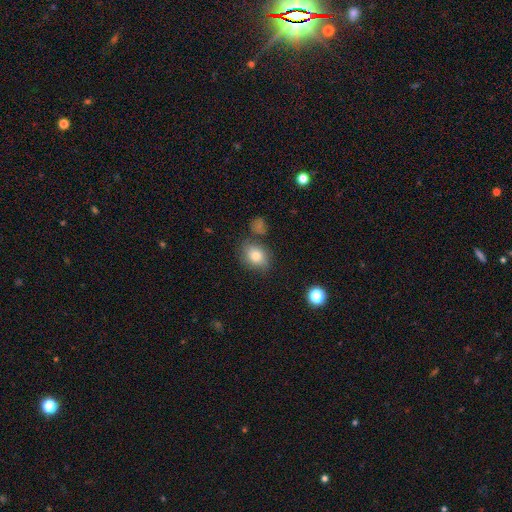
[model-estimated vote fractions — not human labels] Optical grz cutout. It shows a smooth galaxy with no disk features (78%) that is in between round and cigar-shaped (56%). Merging: none (71%).